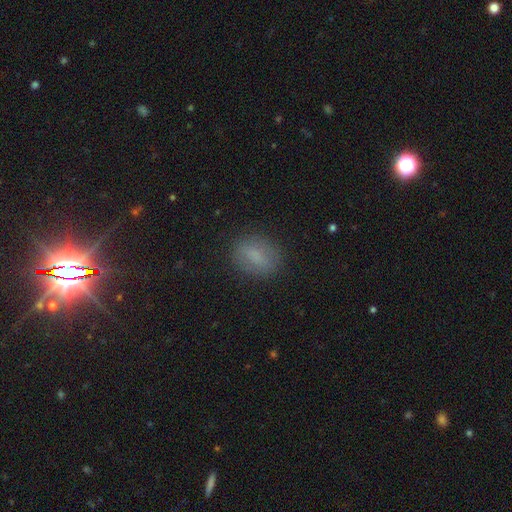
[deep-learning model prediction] Overall: smooth (76%). How rounded: in between (69%). Merging: none (83%).